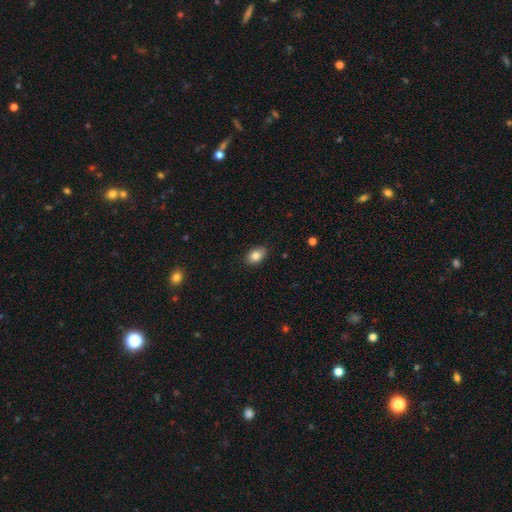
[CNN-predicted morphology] Smooth or featured: smooth — 84% (featured or disk — 8%)
How rounded: in between — 88% (round — 11%)
Merging: none — 87% (minor disturbance — 11%)